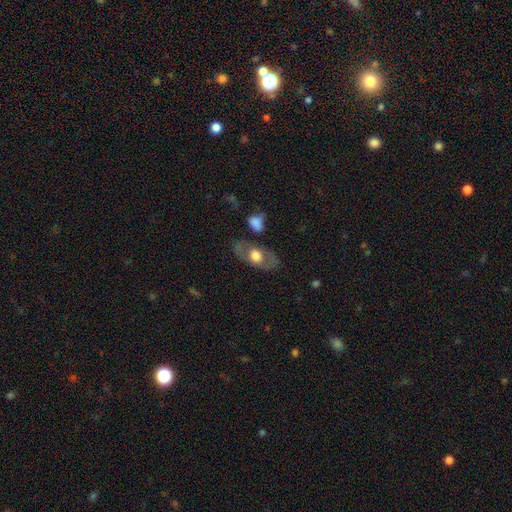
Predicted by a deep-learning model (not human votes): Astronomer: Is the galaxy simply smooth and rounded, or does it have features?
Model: featured or disk — 49% (runner-up: smooth, 45%).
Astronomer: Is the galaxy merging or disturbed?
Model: none — 74%.